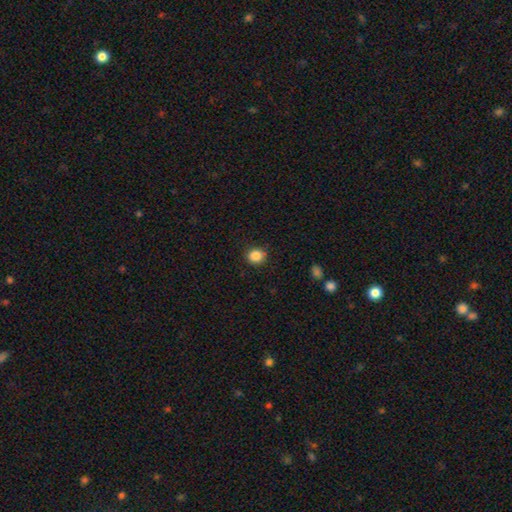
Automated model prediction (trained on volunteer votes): A smooth galaxy with no disk features (87%) that is round (82%).

Vote fractions:
- Smooth or featured? smooth: 87% / star or artifact: 10% / featured or disk: 3%
- How rounded? round: 82% / in between: 17% / cigar-shaped: 1%
- Merging? none: 89% / minor disturbance: 8% / major disturbance: 2% / merger: 1%